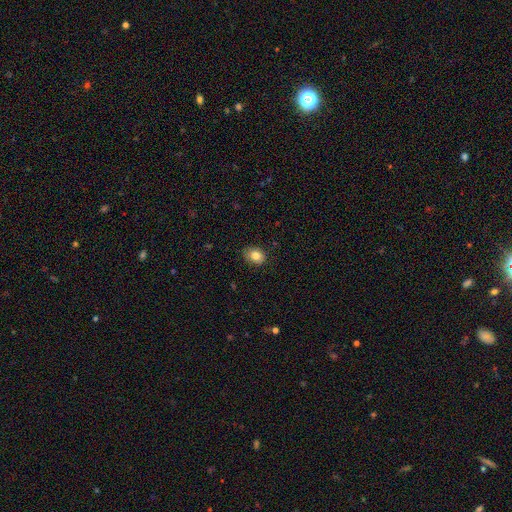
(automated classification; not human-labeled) smooth_or_featured: smooth (p=0.83) [alt: star or artifact p=0.09]
how_rounded: in between (p=0.61) [alt: round p=0.38]
merging: none (p=0.85) [alt: minor disturbance p=0.12]